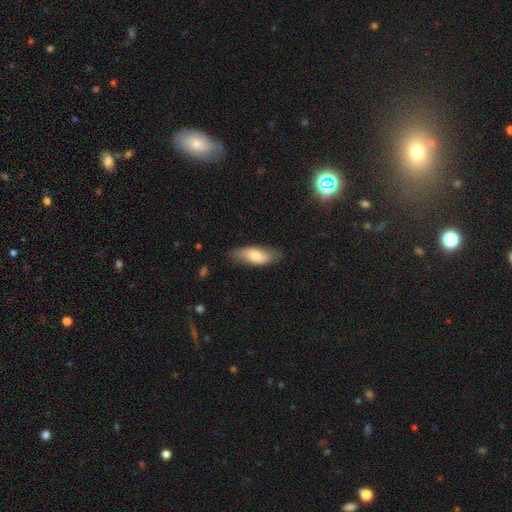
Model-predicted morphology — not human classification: The model was most divided on "how rounded": in between: 73%, cigar-shaped: 24%, round: 2%. More confident: merging — none (78%); smooth or featured — smooth (73%).